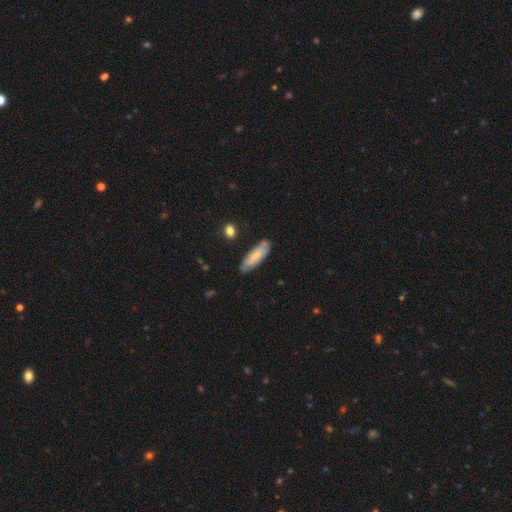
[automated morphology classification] A smooth galaxy with no disk features (74%) that is cigar-shaped (52%). Merging: none (79%).